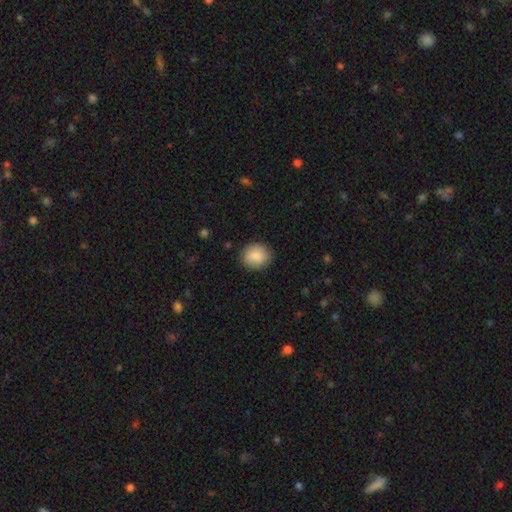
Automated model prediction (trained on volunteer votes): smooth_or_featured: smooth (p=0.87) [alt: star or artifact p=0.07]
how_rounded: round (p=0.80) [alt: in between p=0.19]
merging: none (p=0.88) [alt: minor disturbance p=0.09]